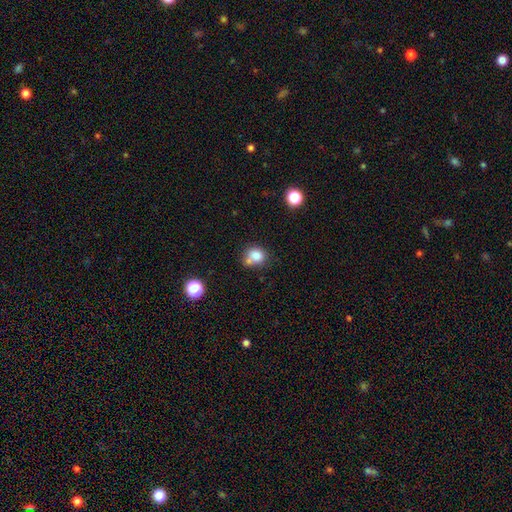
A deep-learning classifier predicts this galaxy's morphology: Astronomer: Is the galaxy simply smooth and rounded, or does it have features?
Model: smooth — 80%.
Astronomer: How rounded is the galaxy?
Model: round — 74%.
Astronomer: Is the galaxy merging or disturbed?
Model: none — 51% (runner-up: merger, 27%).